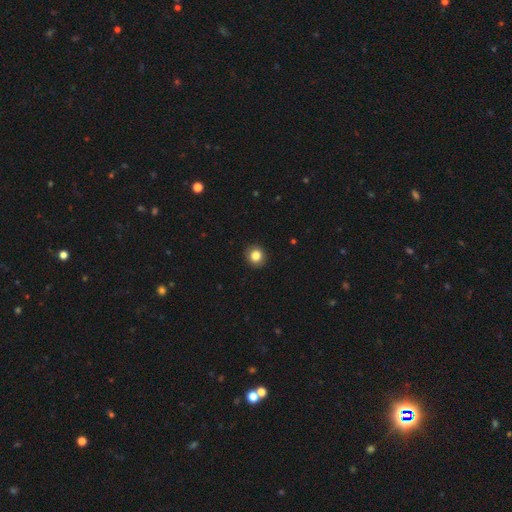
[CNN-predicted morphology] smooth 84%, star or artifact 10%, featured or disk 6%. Down the decision tree: how rounded — round (86%); merging — none (91%).